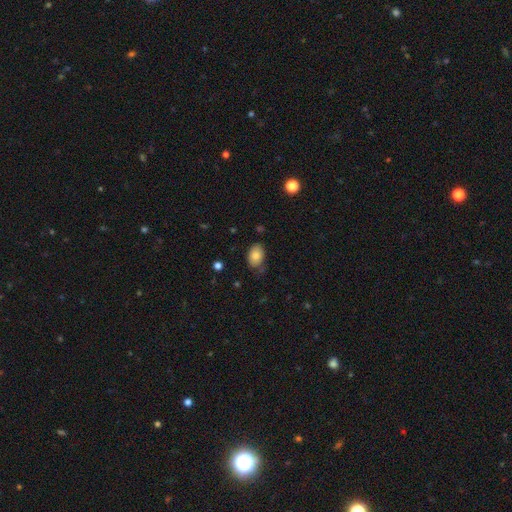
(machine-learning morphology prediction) Smooth or featured: smooth — 81% (featured or disk — 11%)
How rounded: in between — 85% (round — 14%)
Merging: none — 70% (minor disturbance — 23%)